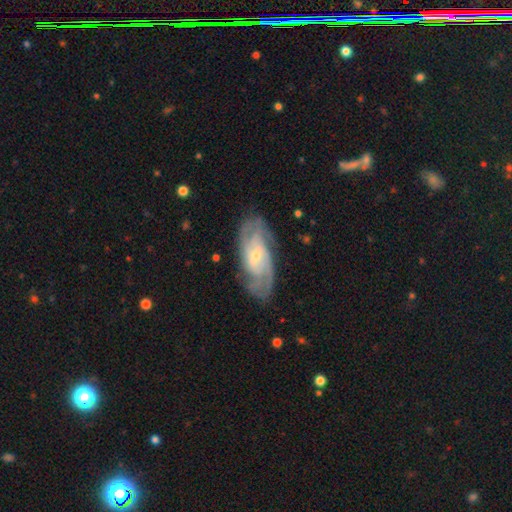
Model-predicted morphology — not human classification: A featured or disk galaxy (85%) with no bar (56%), 2 (35%) tight (55%) spiral arms (96%) and a small central bulge (70%).

Vote fractions:
- Smooth or featured? featured or disk: 85% / smooth: 10% / star or artifact: 5%
- Edge-on disk? no: 94% / yes: 6%
- Bar? no: 56% / weak: 34% / strong: 10%
- Spiral arms? yes: 96% / no: 4%
- Spiral winding? tight: 55% / medium: 36% / loose: 8%
- Spiral arm count? 2: 35% / can't tell: 25% / 3: 21% / 4: 10% / more than 4: 5% / 1: 5%
- Bulge size? small: 70% / moderate: 26% / none: 1% / large: 1% / dominant: 1%
- Merging? none: 78% / minor disturbance: 16% / major disturbance: 5% / merger: 1%